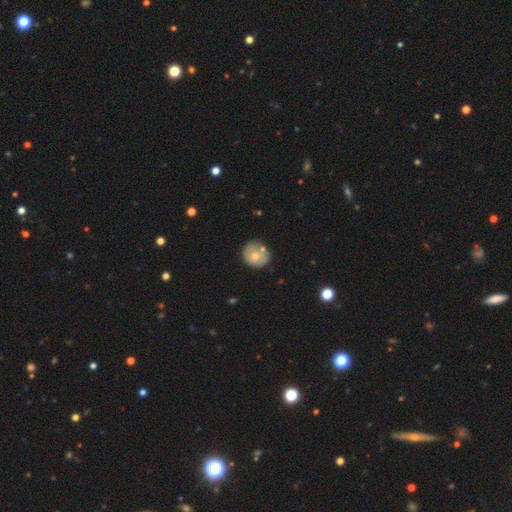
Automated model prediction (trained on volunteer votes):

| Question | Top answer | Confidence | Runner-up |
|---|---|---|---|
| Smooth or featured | smooth | 62% | featured or disk (31%) |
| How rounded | round | 81% | in between (18%) |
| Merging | none | 62% | minor disturbance (21%) |